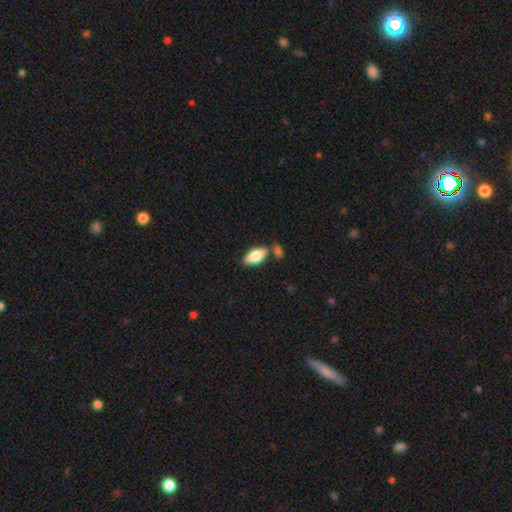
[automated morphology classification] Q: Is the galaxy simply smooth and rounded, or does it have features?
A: smooth — 79%.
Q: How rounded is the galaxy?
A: in between — 89%.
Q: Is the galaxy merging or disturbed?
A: none — 64%.